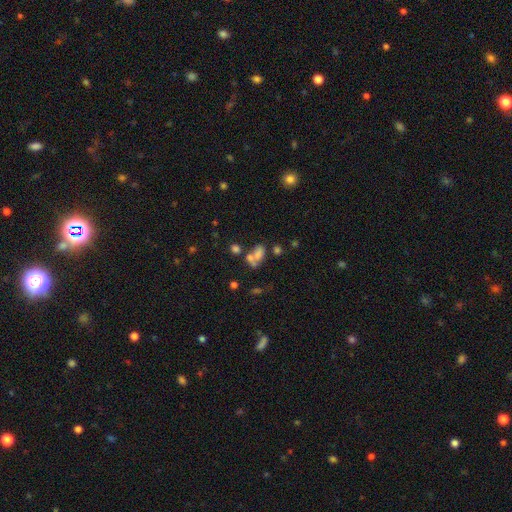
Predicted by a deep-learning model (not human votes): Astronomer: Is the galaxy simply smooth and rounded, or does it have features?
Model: smooth — 61%.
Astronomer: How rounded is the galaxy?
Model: in between — 78%.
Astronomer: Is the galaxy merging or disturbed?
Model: merger — 49% (runner-up: none, 27%).